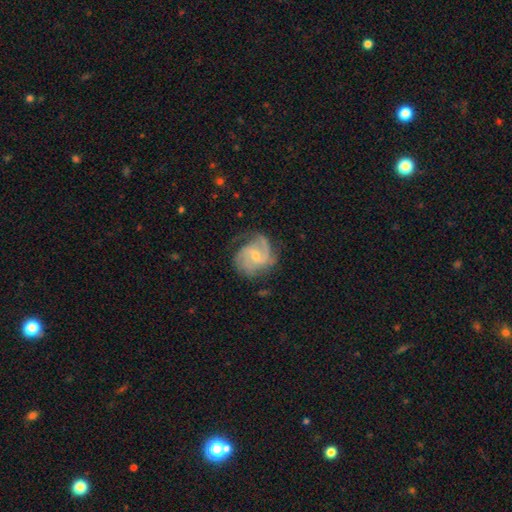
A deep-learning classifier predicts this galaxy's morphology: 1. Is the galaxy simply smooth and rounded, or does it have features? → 86% featured or disk, 9% smooth, 5% star or artifact.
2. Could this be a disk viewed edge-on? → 98% no, 2% yes.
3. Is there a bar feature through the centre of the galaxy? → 47% no, 44% weak, 9% strong.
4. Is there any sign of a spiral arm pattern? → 97% yes, 3% no.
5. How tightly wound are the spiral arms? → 49% medium, 36% tight, 15% loose.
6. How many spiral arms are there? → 35% 2 (tied), 35% 3 (tied), 14% can't tell, 7% 4, 5% 1, 4% more than 4.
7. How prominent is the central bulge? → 58% small, 38% moderate, 2% none, 1% large, 1% dominant.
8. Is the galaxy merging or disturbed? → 65% none, 22% minor disturbance, 11% major disturbance, 1% merger.